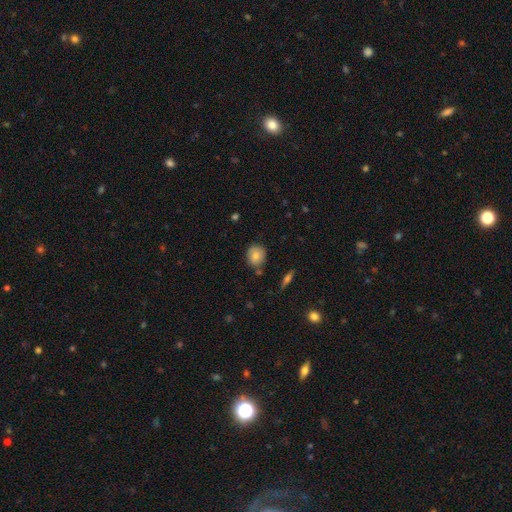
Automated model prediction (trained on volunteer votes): This appears to be a smooth galaxy with no disk features (76%) that is round (82%). Merging: none (79%).